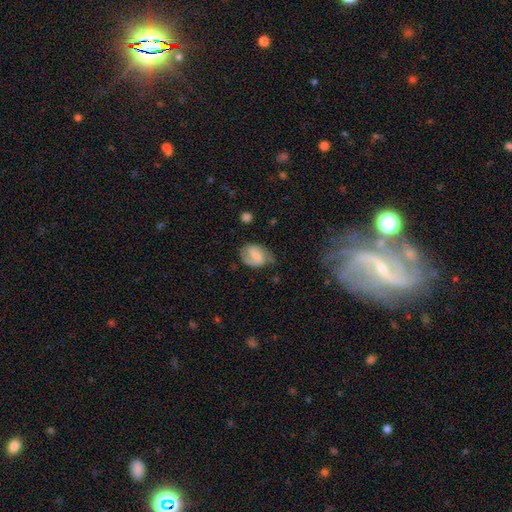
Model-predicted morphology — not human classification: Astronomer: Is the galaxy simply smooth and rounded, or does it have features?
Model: featured or disk — 62%.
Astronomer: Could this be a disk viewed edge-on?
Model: no — 97%.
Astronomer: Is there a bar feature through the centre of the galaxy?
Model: weak — 49% (runner-up: no, 28%).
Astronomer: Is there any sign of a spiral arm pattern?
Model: yes — 90%.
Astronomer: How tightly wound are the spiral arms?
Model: medium — 47% (runner-up: tight, 28%).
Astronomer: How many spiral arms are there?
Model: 2 — 73%.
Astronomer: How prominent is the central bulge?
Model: small — 38% (runner-up: none, 31%).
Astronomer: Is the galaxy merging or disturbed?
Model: none — 57%.